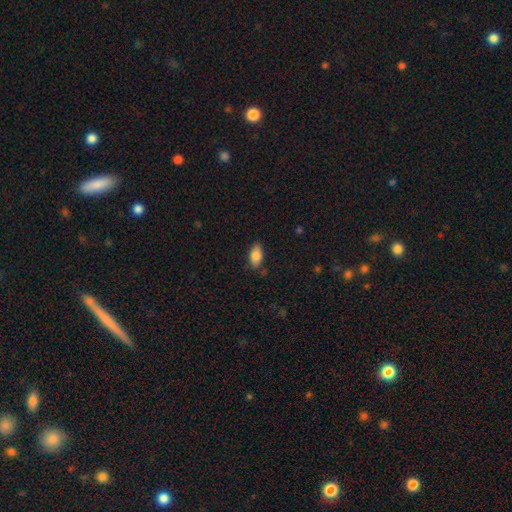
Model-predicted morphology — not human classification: Smooth or featured? smooth (82%)
How rounded? in between (91%)
Merging? none (80%)